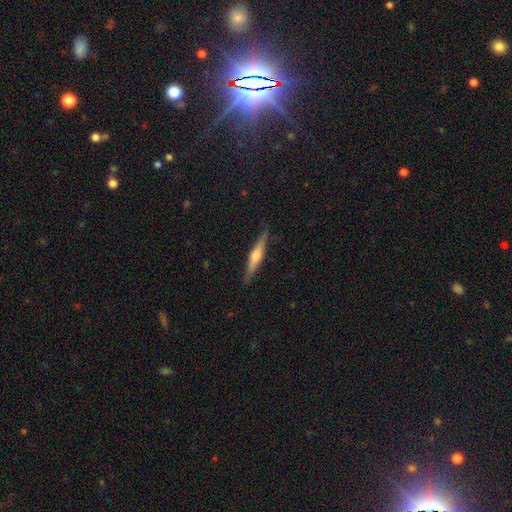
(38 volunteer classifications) Overall: featured or disk (79%). Edge-on disk: yes (93%). Edge-on bulge: rounded (93%). Merging: none (89%).